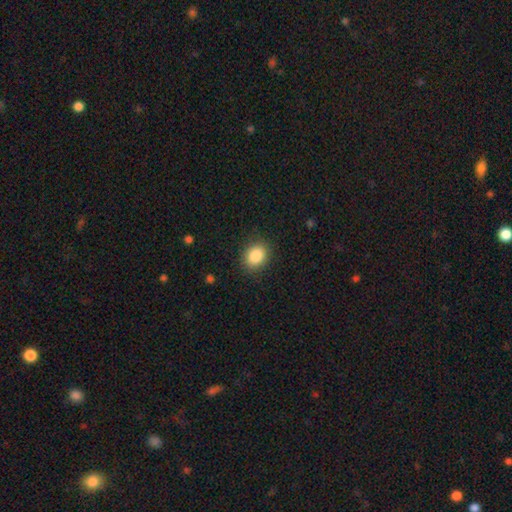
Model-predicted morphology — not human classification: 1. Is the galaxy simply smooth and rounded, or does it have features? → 86% smooth, 9% star or artifact, 5% featured or disk.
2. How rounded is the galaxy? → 53% round, 46% in between, 1% cigar-shaped.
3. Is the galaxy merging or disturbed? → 87% none, 9% minor disturbance, 3% major disturbance, 1% merger.